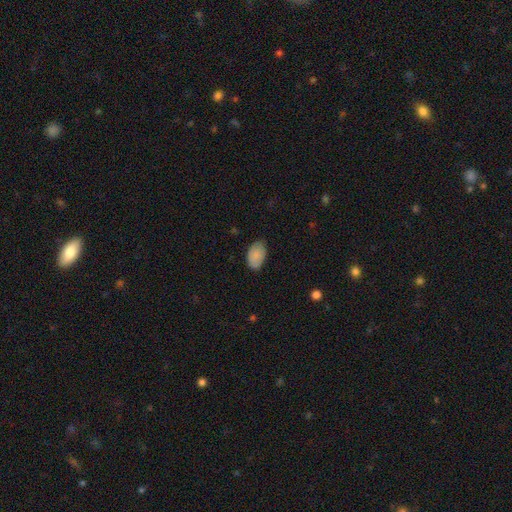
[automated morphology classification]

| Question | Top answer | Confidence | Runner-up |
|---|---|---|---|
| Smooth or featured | smooth | 86% | featured or disk (7%) |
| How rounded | in between | 92% | round (6%) |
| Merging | none | 74% | minor disturbance (22%) |